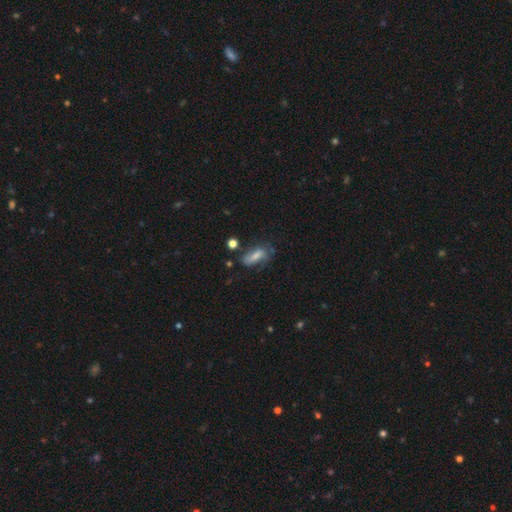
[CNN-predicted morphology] The model was most divided on "merging": none: 49%, minor disturbance: 28%, major disturbance: 17%, merger: 6%. More confident: how rounded — in between (74%); smooth or featured — smooth (63%).